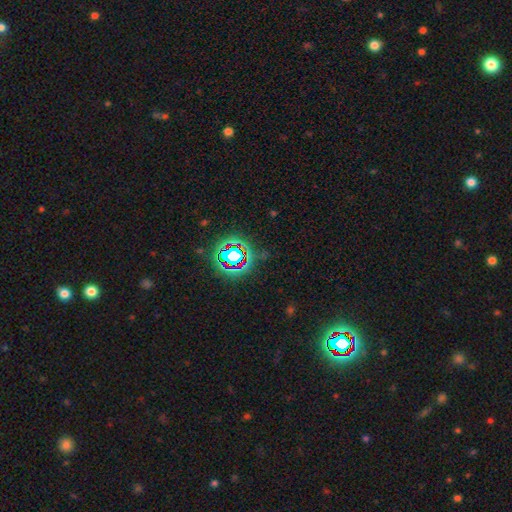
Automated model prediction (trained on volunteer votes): This is likely a star or artifact rather than a galaxy (78%).